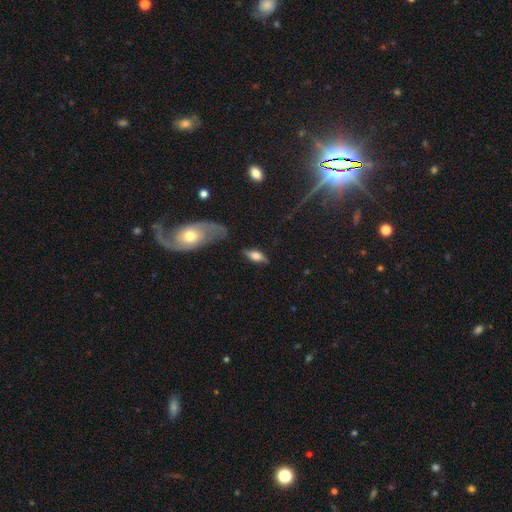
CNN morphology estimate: This is possibly a smooth galaxy (50%). How rounded: likely in between (72%). Merging: likely none (70%).